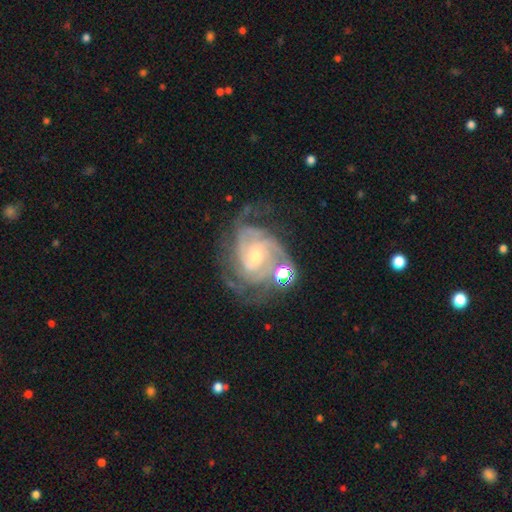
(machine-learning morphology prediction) featured or disk 89%, star or artifact 6%, smooth 5%. Down the decision tree: edge-on disk — no (98%); bar — no (60%); spiral arms — yes (97%); spiral arm count — 3 (32%); spiral winding — tight (63%); bulge size — moderate (53%); merging — none (55%).